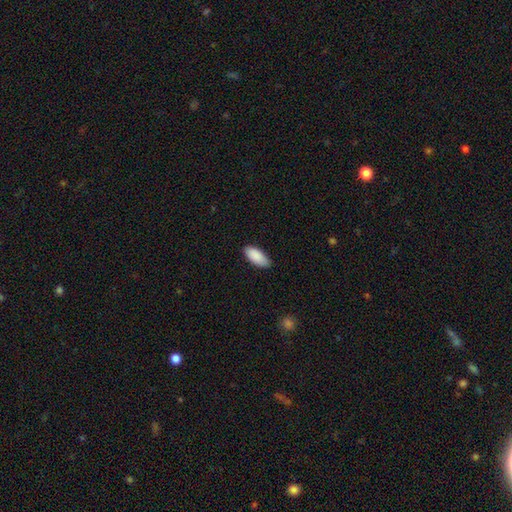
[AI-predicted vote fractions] Smooth or featured: smooth — 90% (star or artifact — 6%)
How rounded: in between — 90% (cigar-shaped — 8%)
Merging: none — 83% (minor disturbance — 14%)